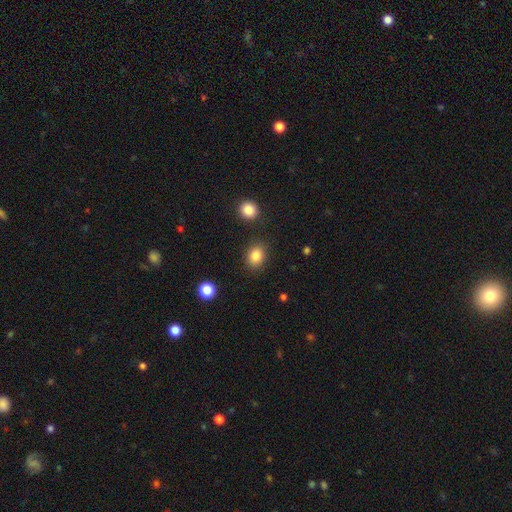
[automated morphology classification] Smooth or featured?
  - smooth: 85% *
  - star or artifact: 10%
  - featured or disk: 5%
How rounded?
  - in between: 54% *
  - round: 45%
  - cigar-shaped: 1%
Merging?
  - none: 84% *
  - minor disturbance: 9%
  - merger: 3%
  - major disturbance: 3%